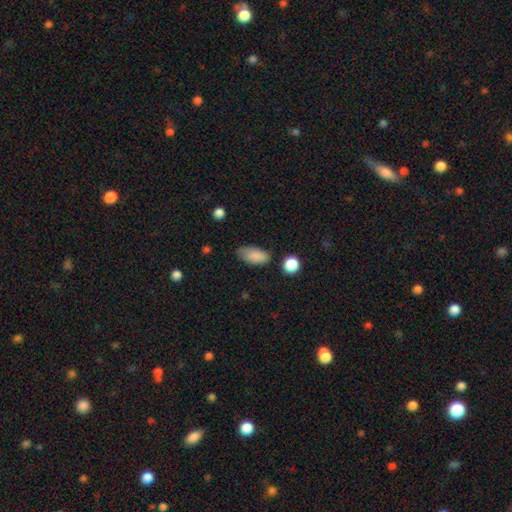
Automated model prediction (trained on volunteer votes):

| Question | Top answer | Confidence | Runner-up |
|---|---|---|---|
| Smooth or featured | smooth | 86% | star or artifact (8%) |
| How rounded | in between | 90% | cigar-shaped (6%) |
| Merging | none | 62% | minor disturbance (28%) |